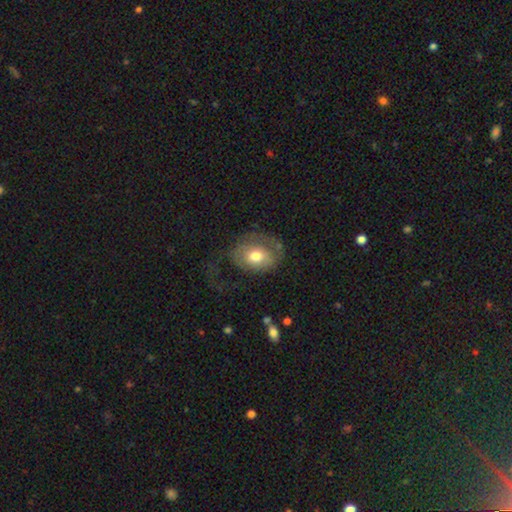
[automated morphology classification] smooth 63%, featured or disk 29%, star or artifact 8%. Down the decision tree: how rounded — in between (64%); merging — none (40%).